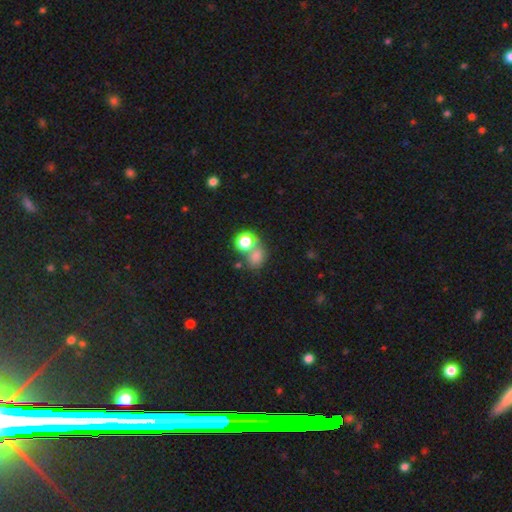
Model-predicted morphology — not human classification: Overall: smooth (74%). How rounded: round (56%; in between 43%). Merging: none (46%; merger 37%).